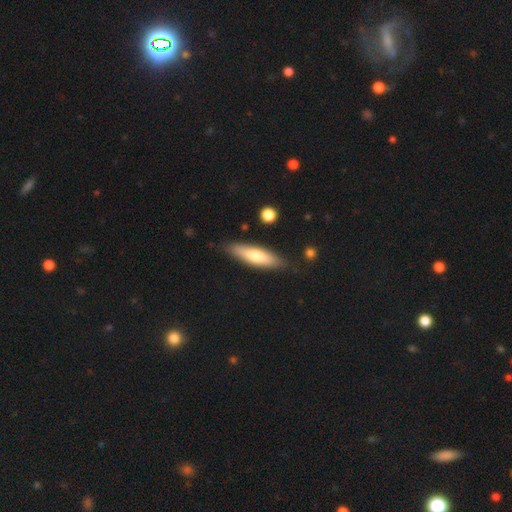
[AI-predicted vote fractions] Overall: smooth (66%; featured or disk 28%). How rounded: cigar-shaped (67%; in between 32%). Merging: none (85%).